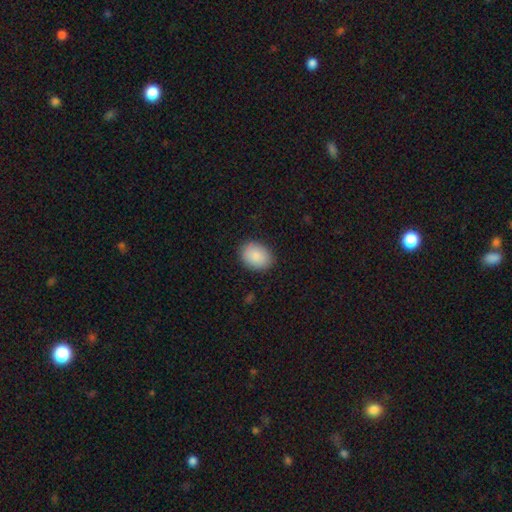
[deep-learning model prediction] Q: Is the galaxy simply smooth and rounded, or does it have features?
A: smooth — 86%.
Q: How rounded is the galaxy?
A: in between — 62%.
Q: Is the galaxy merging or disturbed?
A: none — 87%.